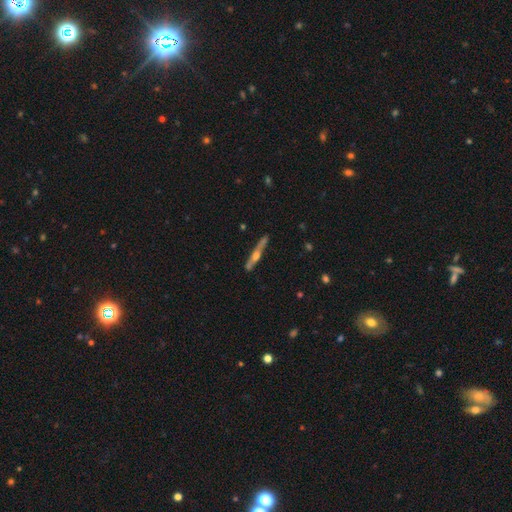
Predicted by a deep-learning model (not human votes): smooth_or_featured: featured or disk (p=0.72) [alt: smooth p=0.22]
disk_edge_on: yes (p=0.97) [alt: no p=0.03]
edge_on_bulge: rounded (p=0.86) [alt: boxy p=0.07]
merging: none (p=0.84) [alt: minor disturbance p=0.12]